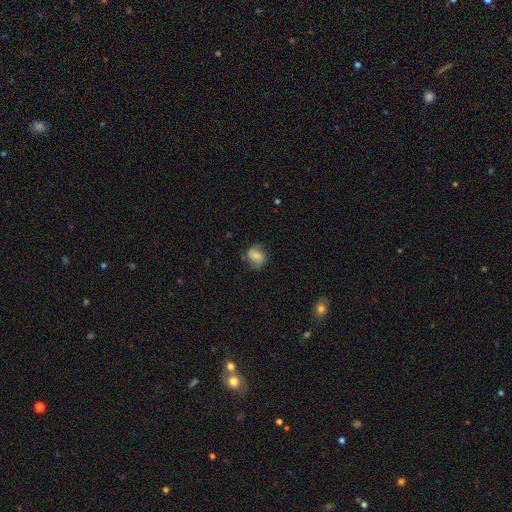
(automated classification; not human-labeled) smooth-or-featured: smooth: 60% | featured or disk: 31% | star or artifact: 9%
  how-rounded: round: 56% | in between: 43% | cigar-shaped: 1%
  merging: none: 64% | minor disturbance: 25% | major disturbance: 10% | merger: 2%